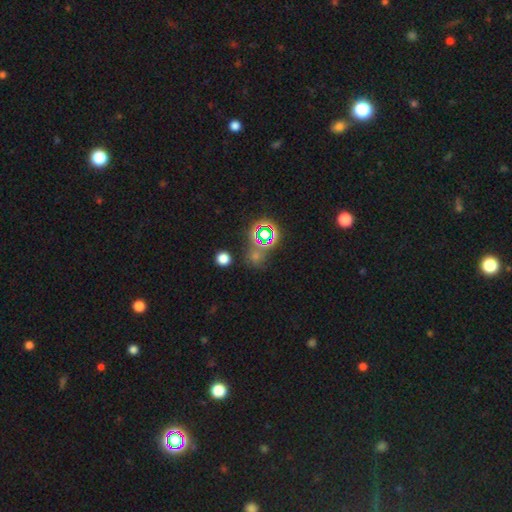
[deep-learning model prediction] Smooth or featured? star or artifact (57%)